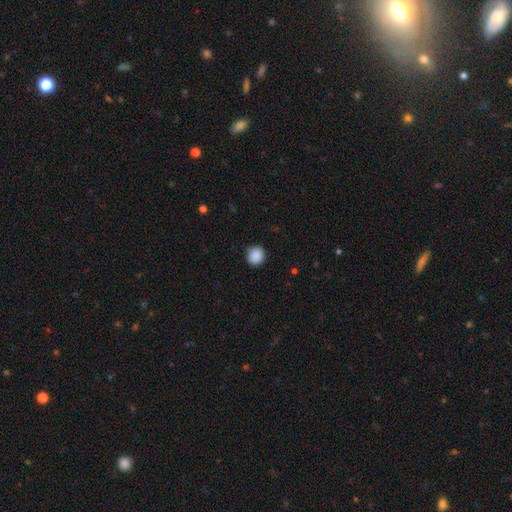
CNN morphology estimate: type=smooth (89%); roundness=round (89%); merging=none (90%).